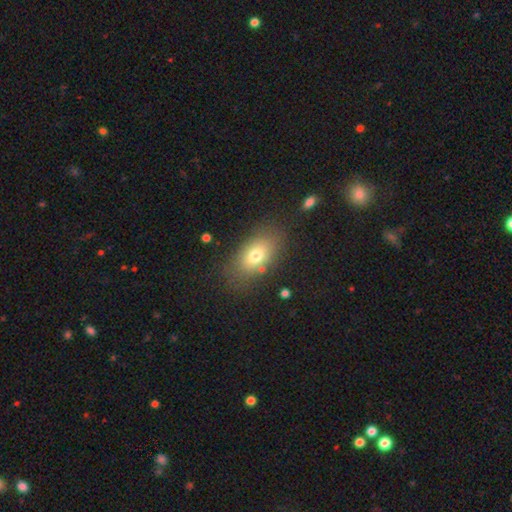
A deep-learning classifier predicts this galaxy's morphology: Smooth or featured: smooth — 73% (featured or disk — 16%)
How rounded: in between — 85% (round — 12%)
Merging: none — 79% (minor disturbance — 13%)